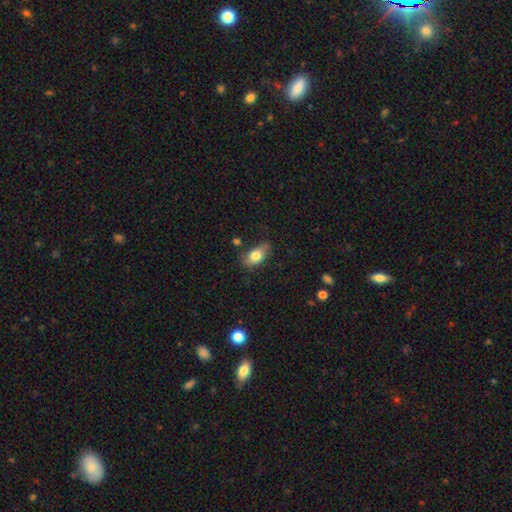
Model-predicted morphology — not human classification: Overall: smooth (76%). How rounded: in between (88%). Merging: none (65%; minor disturbance 25%).